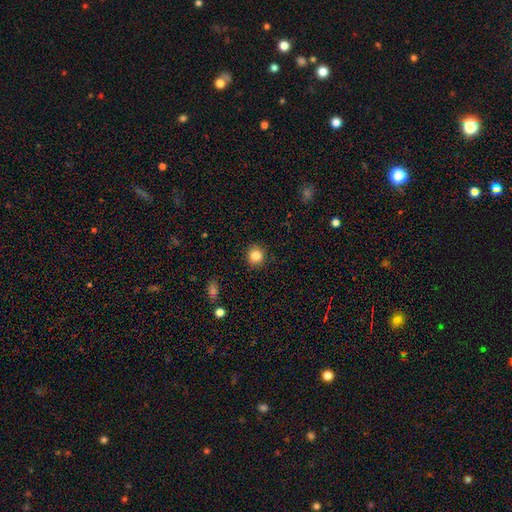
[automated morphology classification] Overall: smooth (83%). How rounded: round (92%). Merging: none (91%).